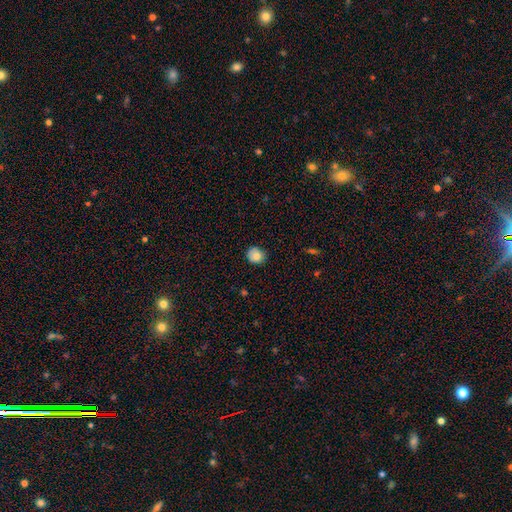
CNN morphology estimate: type=smooth (81%); roundness=round (82%); merging=none (78%).